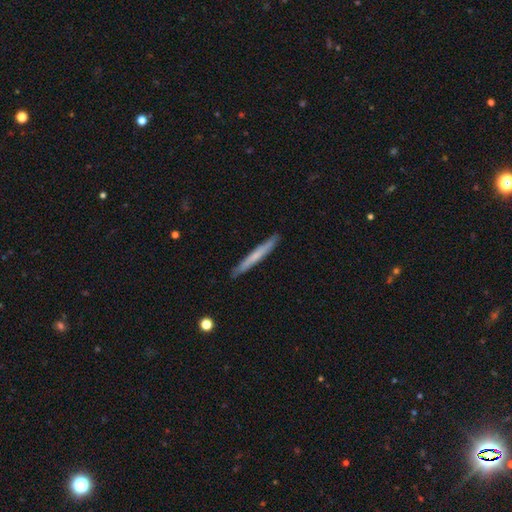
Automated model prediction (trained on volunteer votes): smooth-or-featured: smooth: 58% | featured or disk: 36% | star or artifact: 6%
  how-rounded: cigar-shaped: 97% | in between: 2% | round: 1%
  merging: none: 90% | minor disturbance: 7% | major disturbance: 1% | merger: 1%